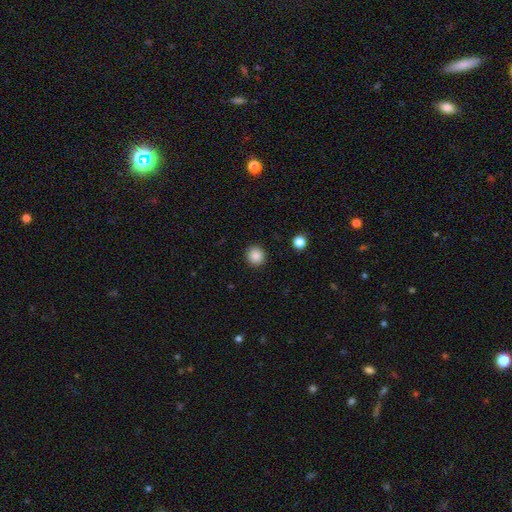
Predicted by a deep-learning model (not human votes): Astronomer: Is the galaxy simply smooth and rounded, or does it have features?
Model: smooth — 88%.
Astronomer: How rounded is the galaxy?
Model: round — 91%.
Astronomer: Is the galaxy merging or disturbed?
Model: none — 91%.